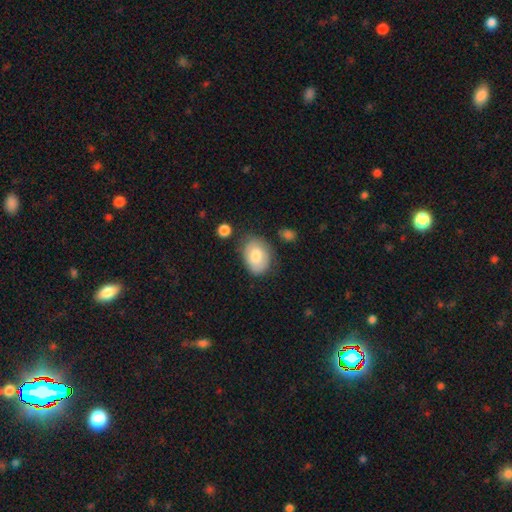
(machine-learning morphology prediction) Q: Smooth or featured?
A: smooth (77%); runner-up: featured or disk (16%)
Q: How rounded?
A: in between (76%); runner-up: round (23%)
Q: Merging?
A: none (70%); runner-up: minor disturbance (21%)